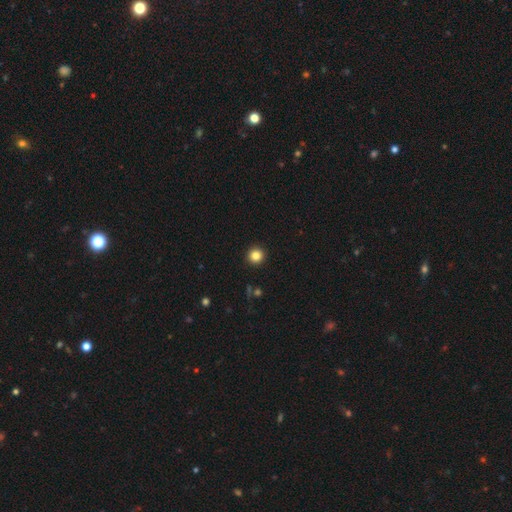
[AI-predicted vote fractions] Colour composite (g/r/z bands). It shows a smooth galaxy with no disk features (84%) that is round (95%). Merging: none (93%).